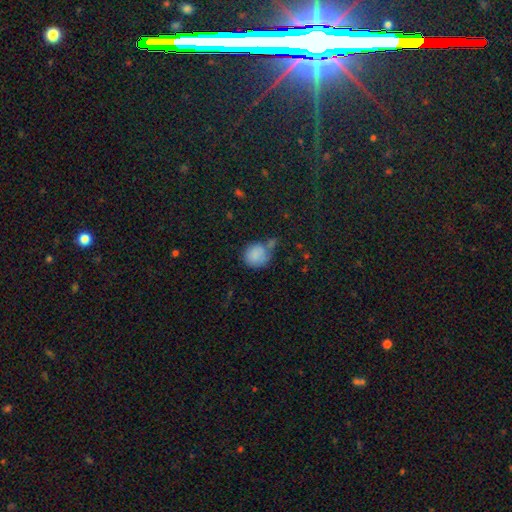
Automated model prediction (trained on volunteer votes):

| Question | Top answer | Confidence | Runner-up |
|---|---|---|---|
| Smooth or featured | smooth | 82% | star or artifact (9%) |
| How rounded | round | 81% | in between (18%) |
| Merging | none | 41% | minor disturbance (26%) |